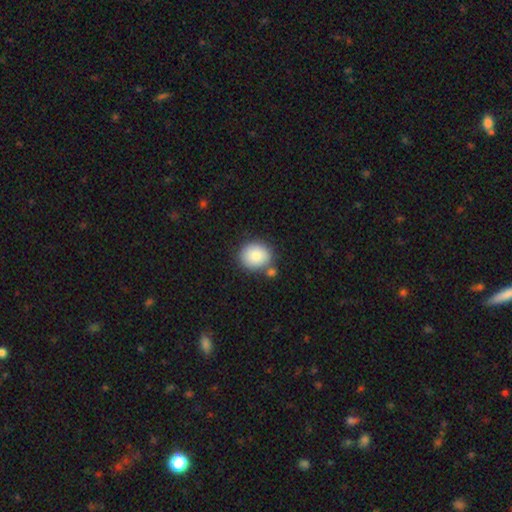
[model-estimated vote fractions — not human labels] smooth-or-featured: smooth: 86% | star or artifact: 8% | featured or disk: 6%
  how-rounded: round: 75% | in between: 24% | cigar-shaped: 1%
  merging: none: 70% | merger: 14% | minor disturbance: 12% | major disturbance: 3%